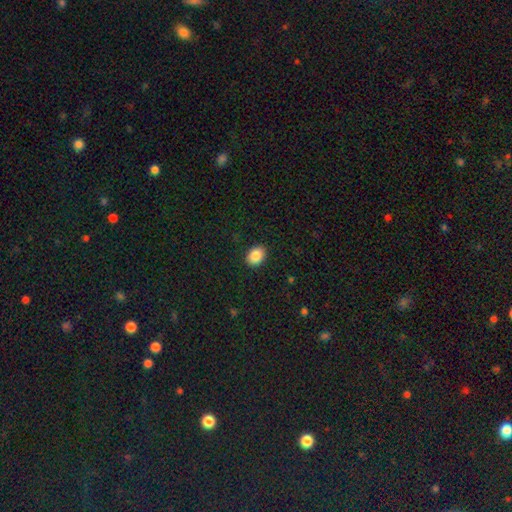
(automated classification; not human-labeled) Smooth or featured?
  - smooth: 88% *
  - star or artifact: 8%
  - featured or disk: 4%
How rounded?
  - in between: 66% *
  - round: 33%
  - cigar-shaped: 1%
Merging?
  - none: 90% *
  - minor disturbance: 7%
  - major disturbance: 2%
  - merger: 1%